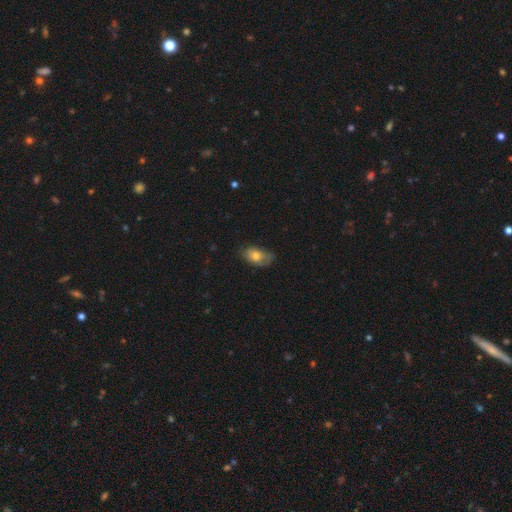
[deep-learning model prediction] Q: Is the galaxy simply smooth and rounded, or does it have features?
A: smooth — 71%.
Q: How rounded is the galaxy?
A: in between — 89%.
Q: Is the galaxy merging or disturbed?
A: none — 55%.